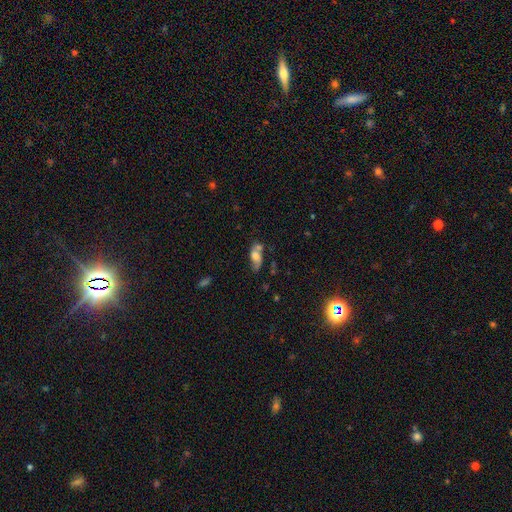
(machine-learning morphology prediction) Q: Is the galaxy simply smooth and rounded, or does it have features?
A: smooth — 56%.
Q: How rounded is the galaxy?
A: in between — 78%.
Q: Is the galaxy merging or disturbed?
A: none — 36%.